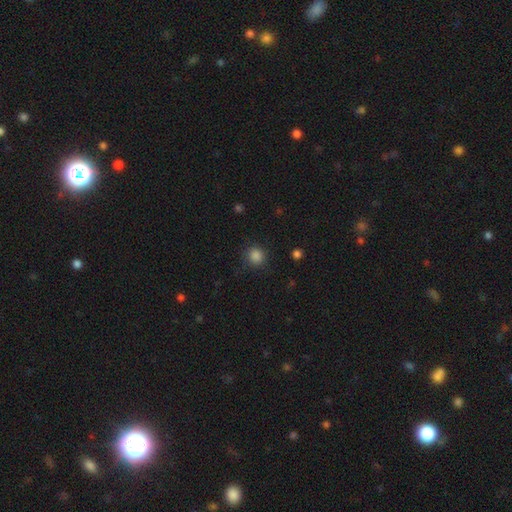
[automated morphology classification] Smooth or featured? Predicted: smooth (p=0.85). How rounded? Predicted: round (p=0.91). Merging? Predicted: none (p=0.87).